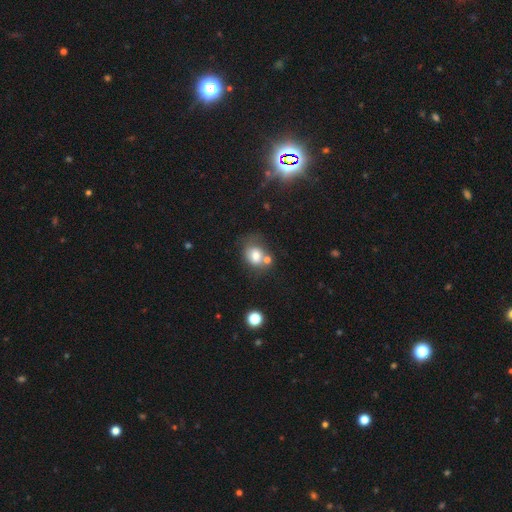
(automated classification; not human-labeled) Smooth or featured? Predicted: smooth (p=0.73). How rounded? Predicted: round (p=0.53). Merging? Predicted: none (p=0.41).